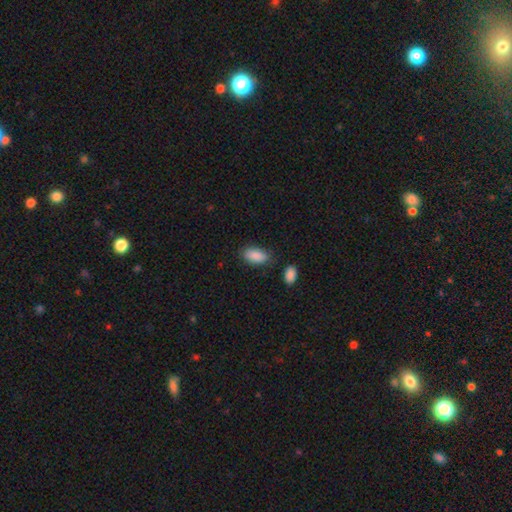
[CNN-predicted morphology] Smooth or featured: smooth — 89% (star or artifact — 6%)
How rounded: in between — 92% (cigar-shaped — 5%)
Merging: none — 77% (minor disturbance — 15%)